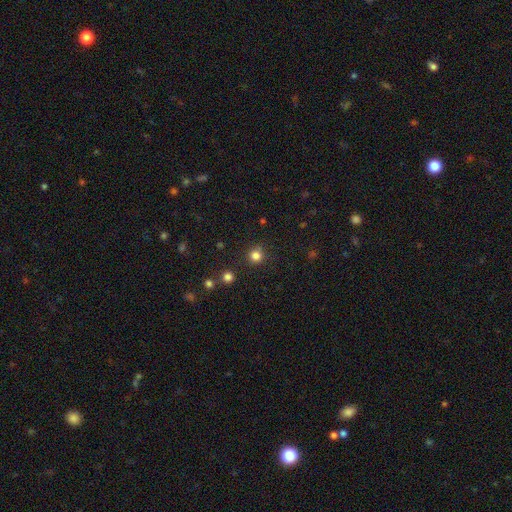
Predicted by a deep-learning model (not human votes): Overall: smooth (81%). How rounded: round (93%). Merging: none (87%).